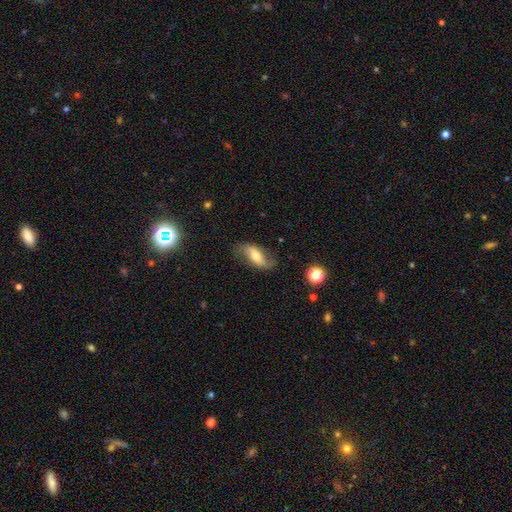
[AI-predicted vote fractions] Q: Smooth or featured?
A: featured or disk (69%); runner-up: smooth (23%)
Q: Edge-on disk?
A: no (91%); runner-up: yes (9%)
Q: Bar?
A: no (41%); runner-up: weak (36%)
Q: Spiral arms?
A: yes (91%); runner-up: no (9%)
Q: Spiral winding?
A: loose (81%); runner-up: medium (14%)
Q: Spiral arm count?
A: 2 (90%); runner-up: 1 (4%)
Q: Bulge size?
A: moderate (60%); runner-up: small (26%)
Q: Merging?
A: none (71%); runner-up: minor disturbance (19%)